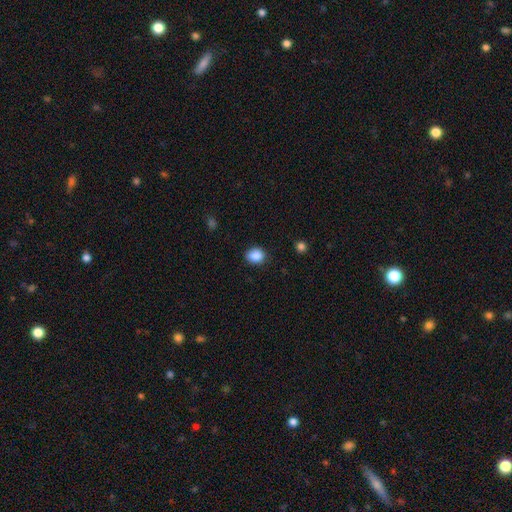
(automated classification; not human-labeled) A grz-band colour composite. It shows a smooth galaxy with no disk features (88%) that is round (55%). Merging: none (84%).